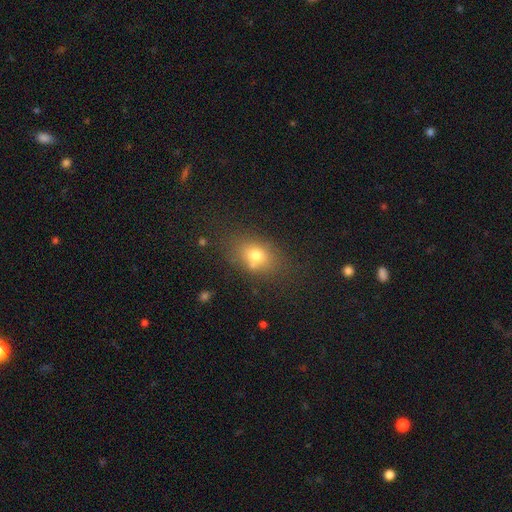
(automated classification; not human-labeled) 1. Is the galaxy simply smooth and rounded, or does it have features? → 71% smooth, 15% featured or disk, 14% star or artifact.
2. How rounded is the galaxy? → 66% in between, 32% round, 2% cigar-shaped.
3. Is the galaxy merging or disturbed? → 69% none, 16% minor disturbance, 8% merger, 7% major disturbance.